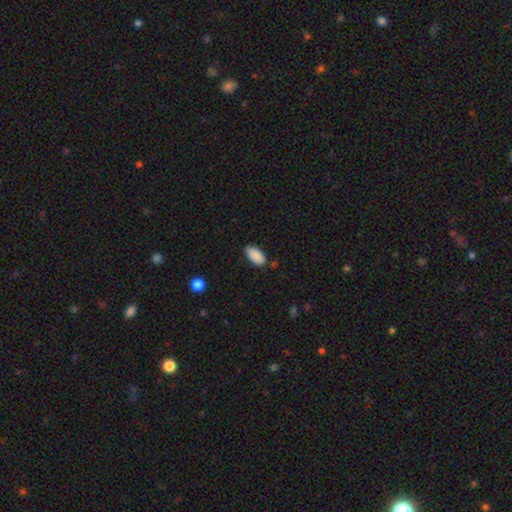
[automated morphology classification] A smooth galaxy with no disk features (90%) that is in between round and cigar-shaped (93%).

Vote fractions:
- Smooth or featured? smooth: 90% / star or artifact: 7% / featured or disk: 3%
- How rounded? in between: 93% / cigar-shaped: 5% / round: 2%
- Merging? none: 81% / minor disturbance: 14% / major disturbance: 2% / merger: 2%